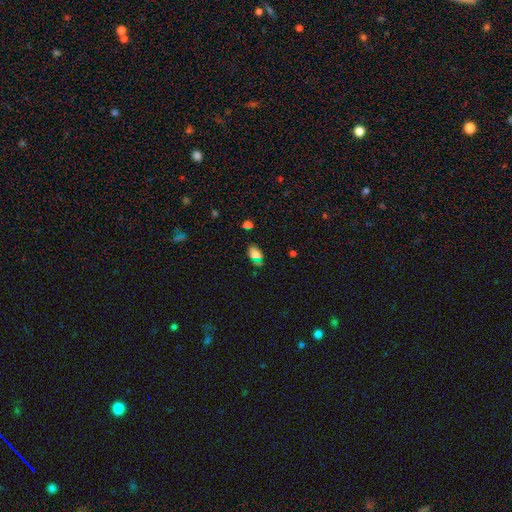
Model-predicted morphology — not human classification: Overall: smooth (72%). How rounded: in between (85%). Merging: none (68%).